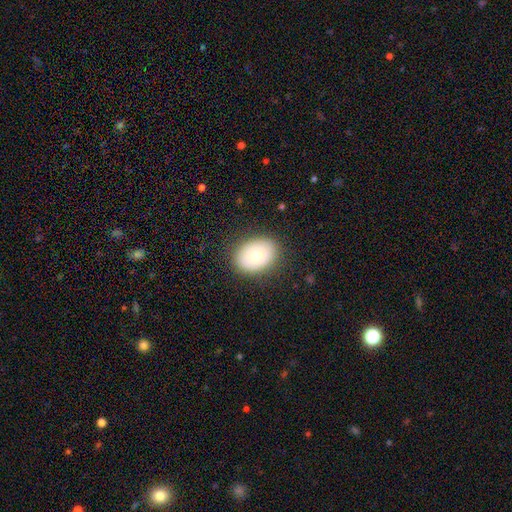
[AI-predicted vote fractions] Overall: smooth (77%). How rounded: in between (68%; round 31%). Merging: none (84%).